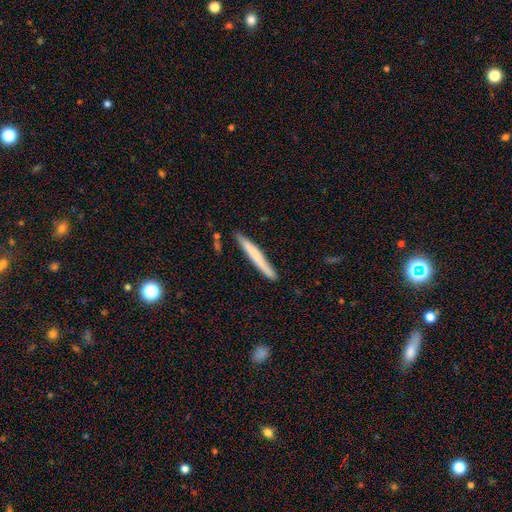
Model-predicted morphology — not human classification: A smooth galaxy with no disk features (62%) that is cigar-shaped (97%). Merging: none (85%).